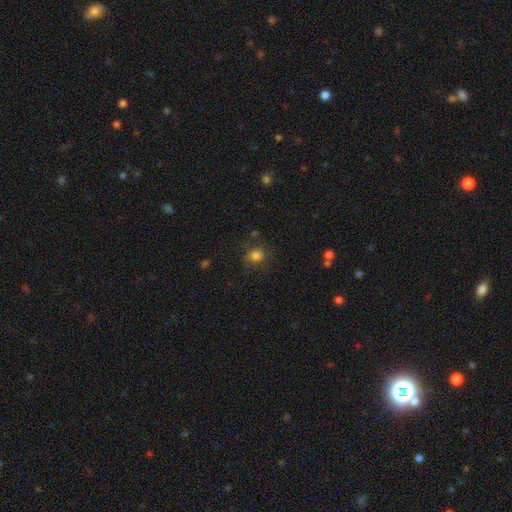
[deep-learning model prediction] Smooth or featured: smooth — 80% (star or artifact — 14%)
How rounded: round — 75% (in between — 24%)
Merging: none — 77% (minor disturbance — 15%)